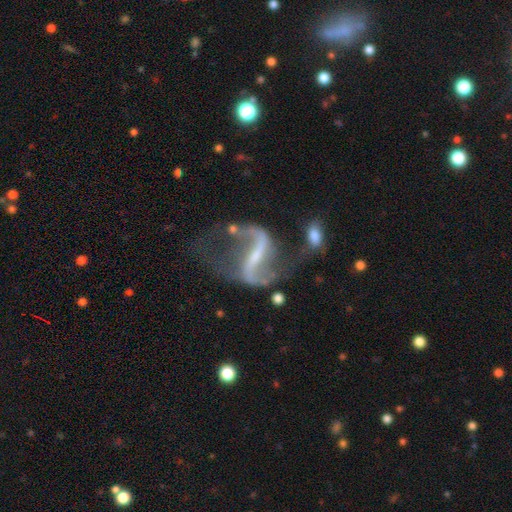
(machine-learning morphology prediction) A featured or disk galaxy (90%) with a strong bar (62%), 2 (92%) loose (77%) spiral arms (95%) and a small central bulge (56%). Merging: none (50%).